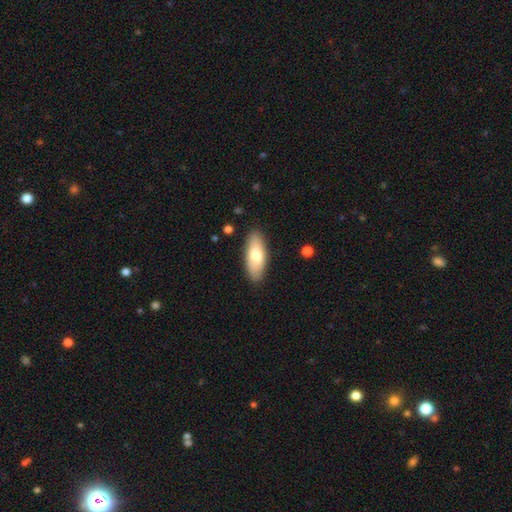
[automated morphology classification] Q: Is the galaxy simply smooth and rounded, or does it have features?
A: smooth — 72%.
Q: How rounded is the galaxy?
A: in between — 78%.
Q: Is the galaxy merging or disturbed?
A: none — 87%.